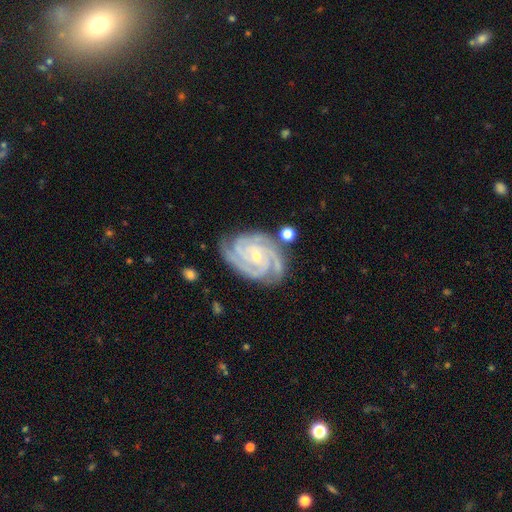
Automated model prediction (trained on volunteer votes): Smooth or featured: featured or disk — 93% (star or artifact — 4%)
Edge-on disk: no — 98% (yes — 2%)
Bar: no — 61% (weak — 27%)
Spiral arms: yes — 99% (no — 1%)
Spiral winding: tight — 77% (medium — 21%)
Spiral arm count: 3 — 46% (4 — 34%)
Bulge size: small — 69% (moderate — 28%)
Merging: none — 79% (minor disturbance — 15%)